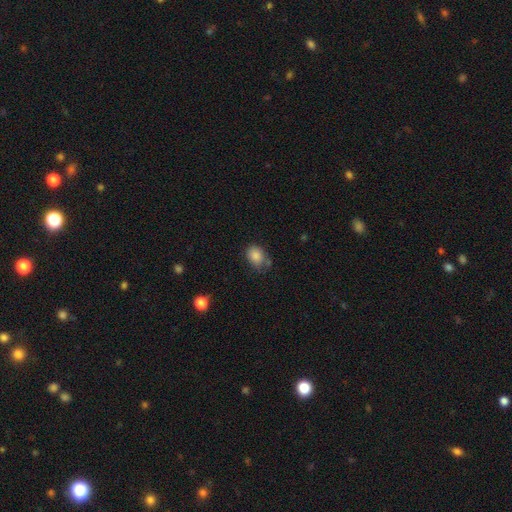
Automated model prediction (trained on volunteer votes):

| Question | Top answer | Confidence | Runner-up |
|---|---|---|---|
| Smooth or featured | smooth | 85% | star or artifact (9%) |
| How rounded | in between | 60% | round (39%) |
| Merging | none | 61% | minor disturbance (27%) |